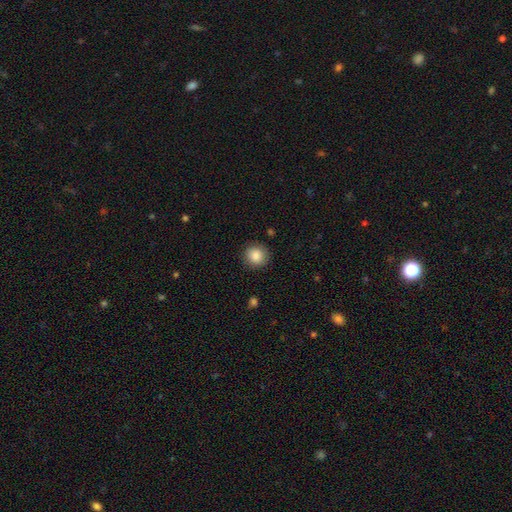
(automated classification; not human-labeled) smooth 87%, star or artifact 9%, featured or disk 4%. Down the decision tree: how rounded — round (89%); merging — none (87%).